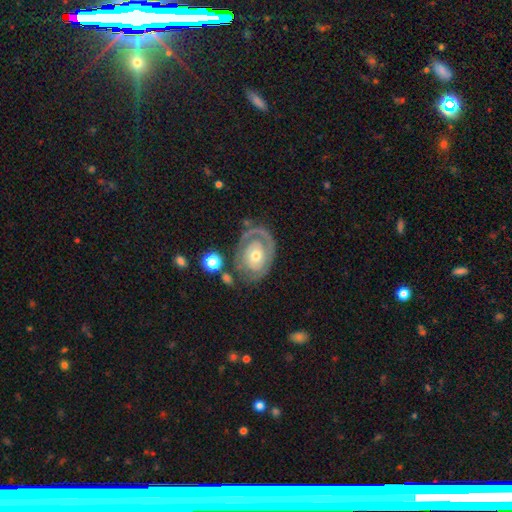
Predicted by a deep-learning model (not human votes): smooth-or-featured: featured or disk: 77% | smooth: 18% | star or artifact: 5%
  disk-edge-on: no: 96% | yes: 4%
    bar: no: 82% | weak: 15% | strong: 4%
    has-spiral-arms: yes: 75% | no: 25%
      spiral-winding: tight: 72% | medium: 20% | loose: 9%
      spiral-arm-count: 1: 55% | can't tell: 21% | 2: 18% | 3: 4% | 4: 2% | more than 4: 2%
    bulge-size: moderate: 59% | small: 33% | large: 5% | none: 1% | dominant: 1%
  merging: none: 62% | minor disturbance: 20% | major disturbance: 14% | merger: 5%